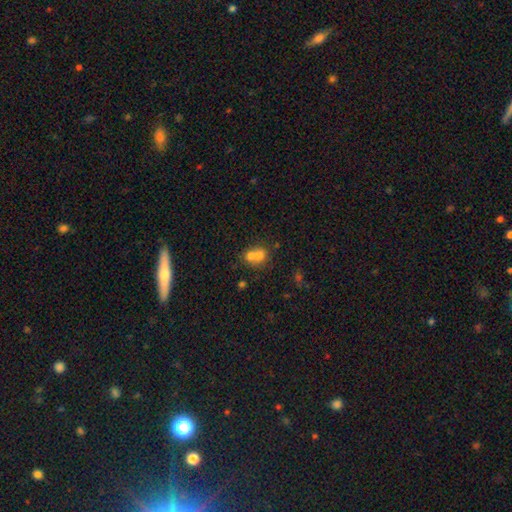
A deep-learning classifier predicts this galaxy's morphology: This is likely a smooth galaxy (68%). How rounded: likely round (70%). Merging: likely merger (67%).